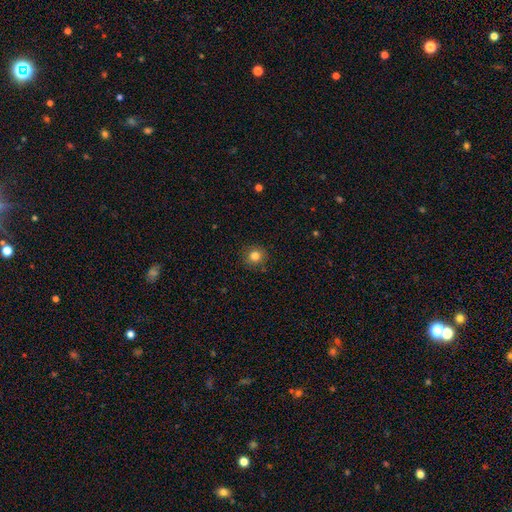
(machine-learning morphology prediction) Q: Smooth or featured?
A: smooth (82%); runner-up: star or artifact (12%)
Q: How rounded?
A: round (91%); runner-up: in between (8%)
Q: Merging?
A: none (89%); runner-up: minor disturbance (8%)